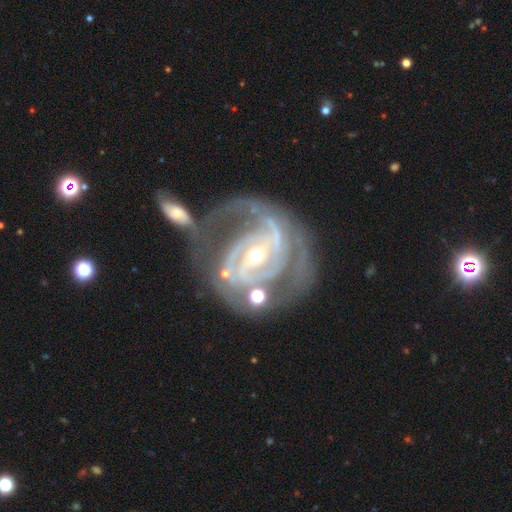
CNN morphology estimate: This is clearly a featured or disk galaxy (92%). It is clearly not viewed edge-on (97%). Bar: marginally strong (42%). Spiral arm pattern: clearly yes (97%). Spiral arm count: possibly 2 (52%). Spiral winding: possibly tight (56%). Central bulge: likely small (60%). Merging: marginally none (42%).